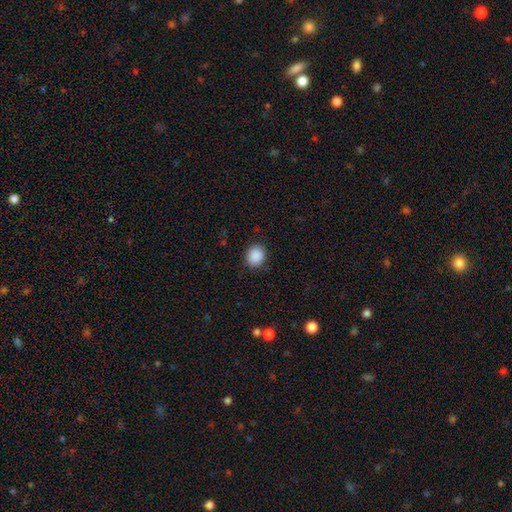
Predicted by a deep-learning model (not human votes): Morphology: type=smooth (89%); roundness=round (72%); merging=none (88%).